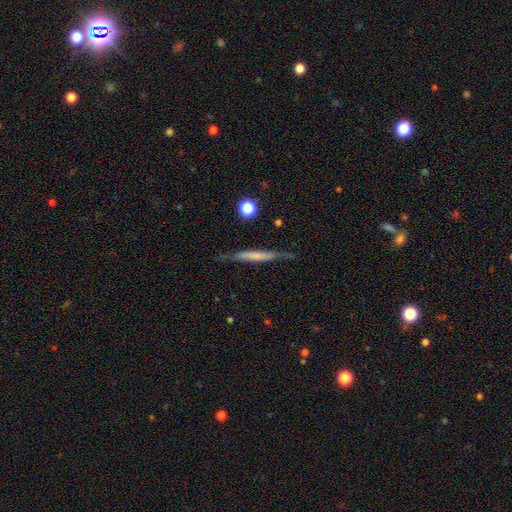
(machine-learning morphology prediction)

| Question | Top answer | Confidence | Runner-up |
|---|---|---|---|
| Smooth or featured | featured or disk | 51% | smooth (43%) |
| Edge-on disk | yes | 91% | no (9%) |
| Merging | none | 75% | minor disturbance (18%) |